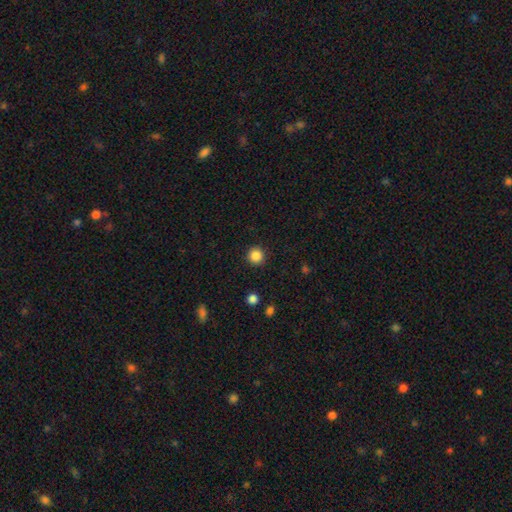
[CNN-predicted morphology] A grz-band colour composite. It shows a smooth galaxy with no disk features (86%) that is round (96%). Merging: none (92%).